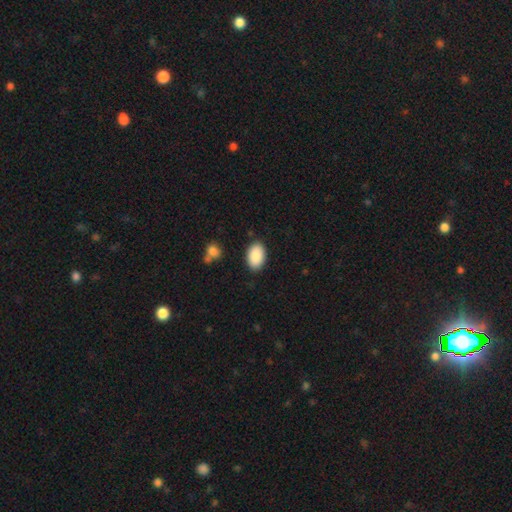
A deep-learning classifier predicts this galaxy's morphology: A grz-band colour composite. It shows a smooth galaxy with no disk features (90%) that is in between round and cigar-shaped (92%). Merging: none (87%).